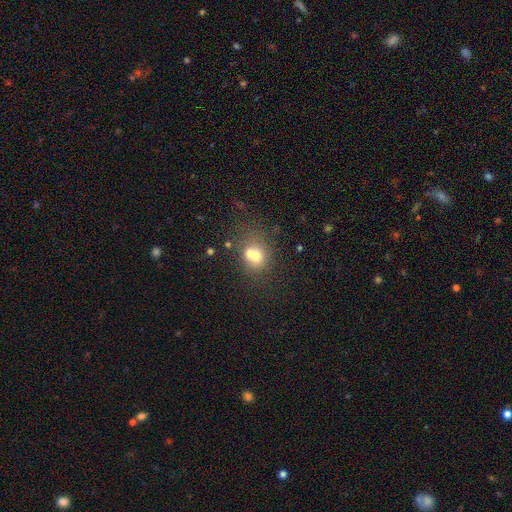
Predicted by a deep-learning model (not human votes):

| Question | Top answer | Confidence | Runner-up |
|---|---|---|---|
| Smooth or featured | smooth | 64% | featured or disk (22%) |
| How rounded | round | 68% | in between (31%) |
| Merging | merger | 54% | none (33%) |